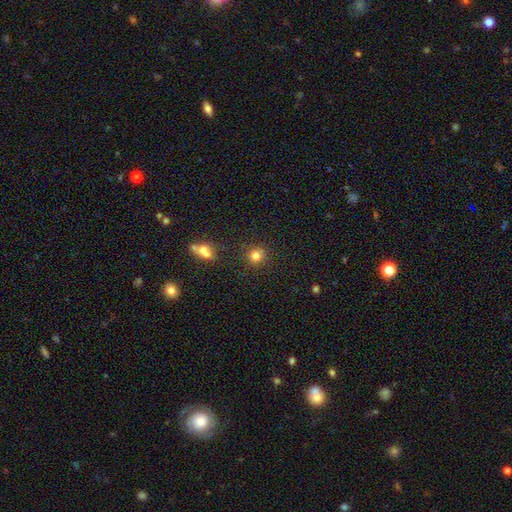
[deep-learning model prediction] Smooth or featured: smooth — 78% (star or artifact — 14%)
How rounded: round — 90% (in between — 9%)
Merging: none — 80% (minor disturbance — 9%)